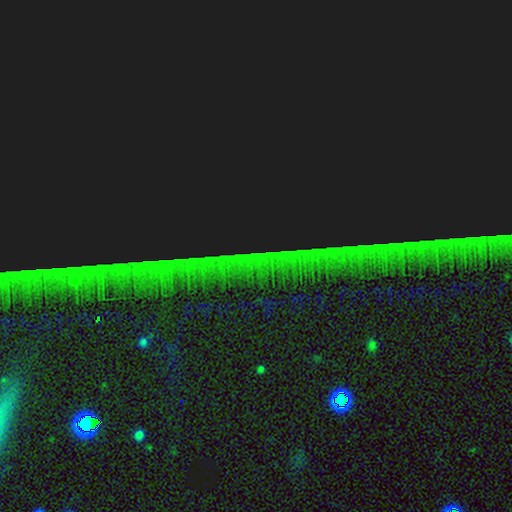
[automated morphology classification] type=star or artifact (88%).